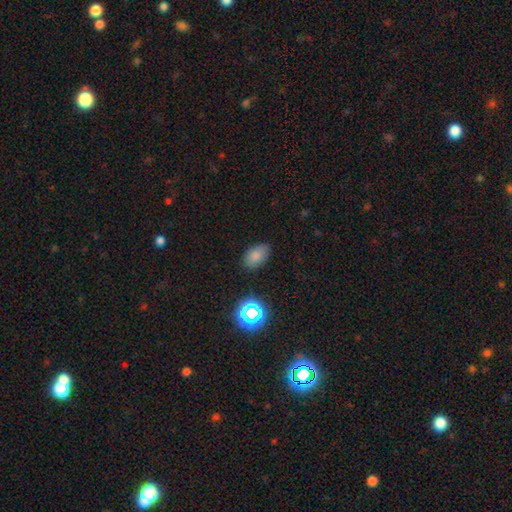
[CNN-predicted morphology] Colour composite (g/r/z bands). It shows a smooth galaxy with no disk features (78%) that is in between round and cigar-shaped (90%). Merging: none (83%).